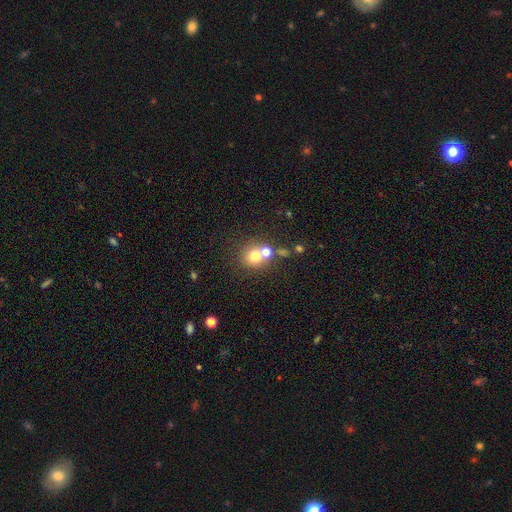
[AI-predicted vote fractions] Smooth or featured? smooth (70%)
How rounded? round (86%)
Merging? none (53%)